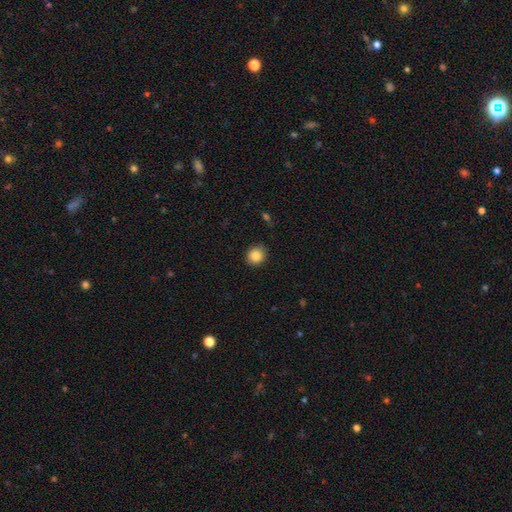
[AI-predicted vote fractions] Smooth or featured?
  - smooth: 86% *
  - star or artifact: 9%
  - featured or disk: 5%
How rounded?
  - round: 87% *
  - in between: 13%
  - cigar-shaped: 1%
Merging?
  - none: 88% *
  - minor disturbance: 9%
  - major disturbance: 2%
  - merger: 1%